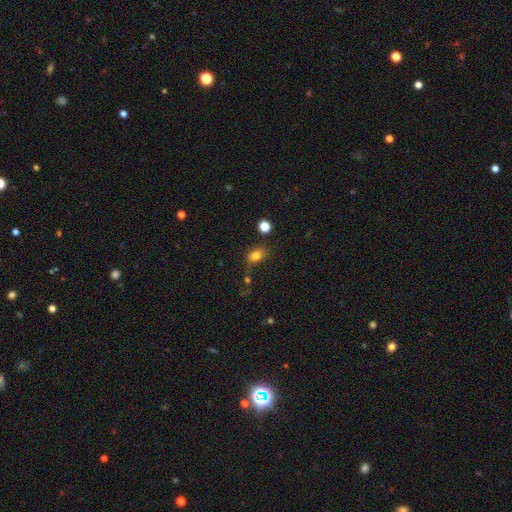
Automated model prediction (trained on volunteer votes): Smooth or featured: smooth — 79% (star or artifact — 13%)
How rounded: in between — 67% (round — 30%)
Merging: none — 64% (minor disturbance — 21%)